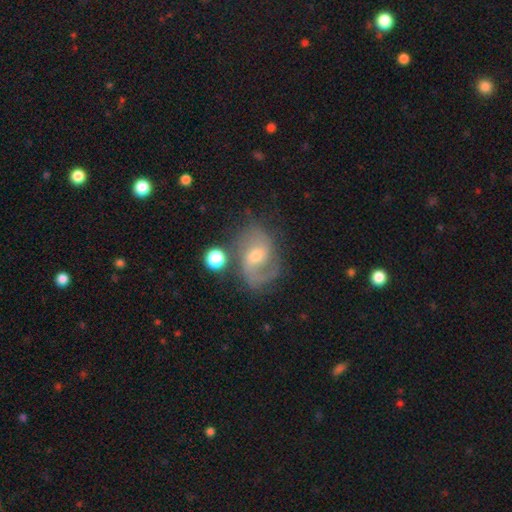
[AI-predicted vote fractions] Overall: featured or disk (80%). Edge-on disk: no (97%). Bar: weak (48%; no 41%). Spiral arms: yes (94%). Spiral arm count: 2 (70%). Spiral winding: medium (48%; loose 29%). Bulge size: moderate (49%; small 46%). Merging: none (67%).